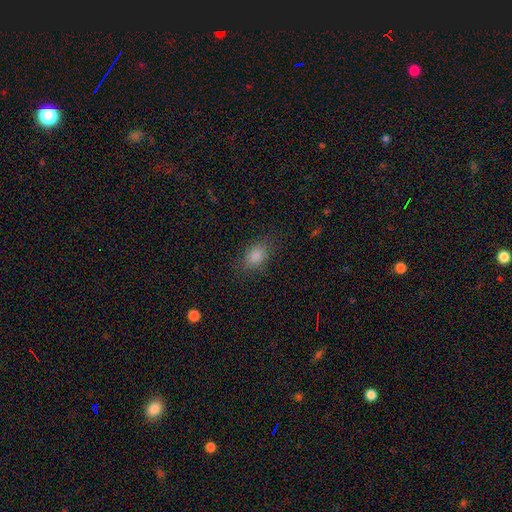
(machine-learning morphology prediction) smooth_or_featured: smooth (p=0.82) [alt: star or artifact p=0.12]
how_rounded: in between (p=0.80) [alt: round p=0.17]
merging: none (p=0.79) [alt: minor disturbance p=0.14]